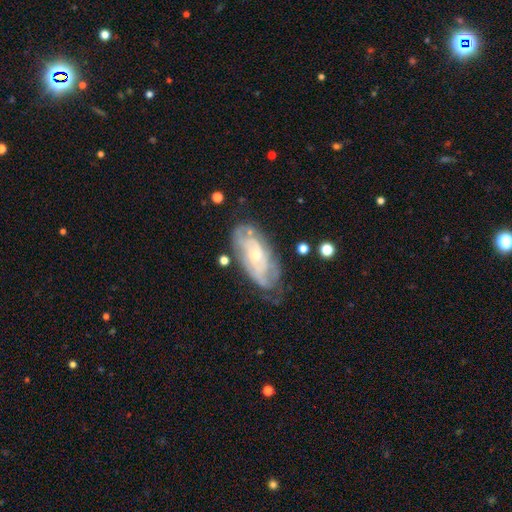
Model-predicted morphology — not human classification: Smooth or featured? featured or disk (73%)
Edge-on disk? no (91%)
Bar? no (70%)
Spiral arms? yes (81%)
Spiral winding? tight (57%)
Spiral arm count? can't tell (52%)
Bulge size? small (58%)
Merging? none (61%)